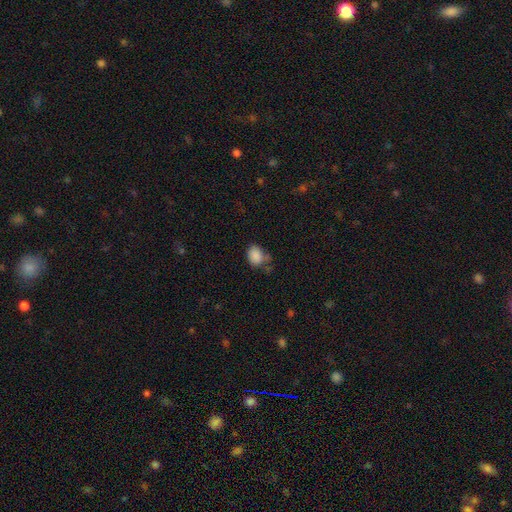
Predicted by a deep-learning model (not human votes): Smooth or featured? Predicted: smooth (p=0.86). How rounded? Predicted: in between (p=0.65). Merging? Predicted: none (p=0.54).